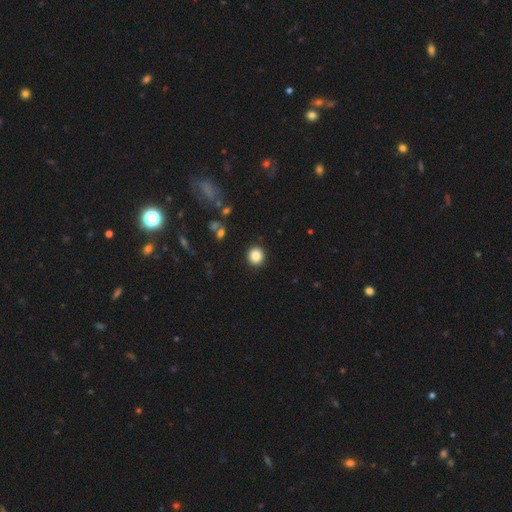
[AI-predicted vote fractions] Smooth or featured?
  - smooth: 86% *
  - star or artifact: 10%
  - featured or disk: 4%
How rounded?
  - round: 89% *
  - in between: 10%
  - cigar-shaped: 1%
Merging?
  - none: 91% *
  - minor disturbance: 5%
  - major disturbance: 2%
  - merger: 1%